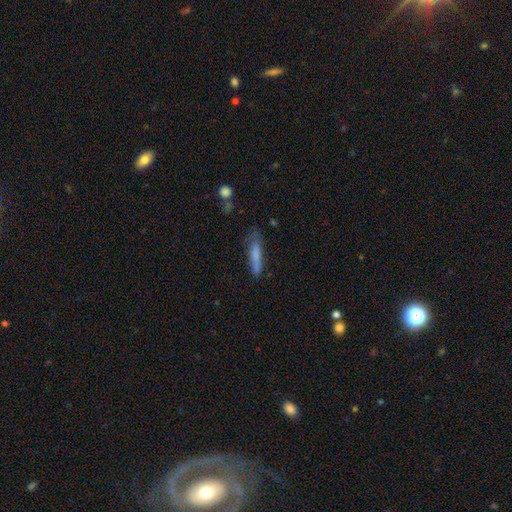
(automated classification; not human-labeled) Overall: smooth (71%). How rounded: cigar-shaped (83%). Merging: none (60%; minor disturbance 26%).